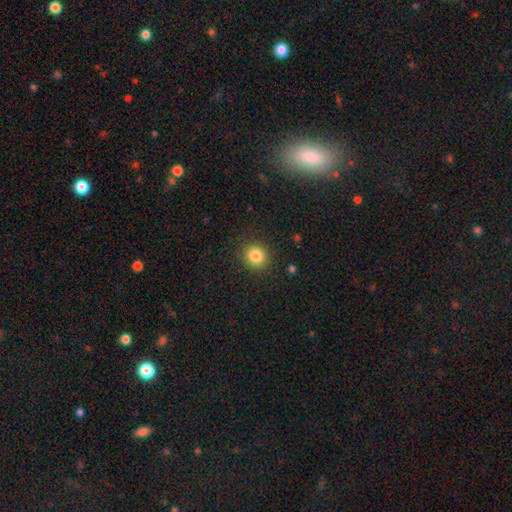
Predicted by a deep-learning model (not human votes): Smooth or featured? Predicted: smooth (p=0.84). How rounded? Predicted: round (p=0.84). Merging? Predicted: none (p=0.89).